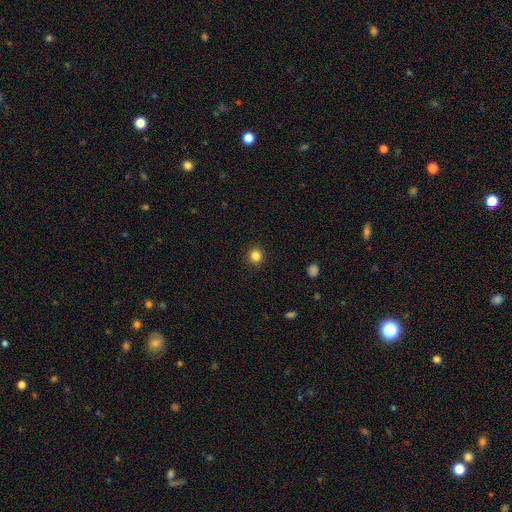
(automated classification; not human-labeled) Smooth or featured?
  - smooth: 84% *
  - star or artifact: 12%
  - featured or disk: 4%
How rounded?
  - round: 90% *
  - in between: 9%
  - cigar-shaped: 1%
Merging?
  - none: 92% *
  - minor disturbance: 5%
  - major disturbance: 2%
  - merger: 1%